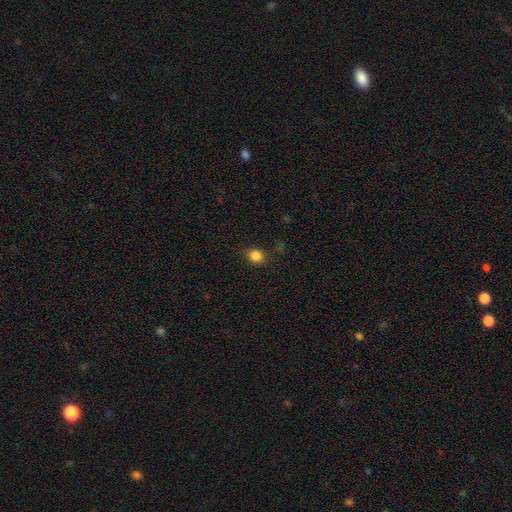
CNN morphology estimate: This appears to be a smooth galaxy with no disk features (84%) that is round (65%). Merging: none (84%).